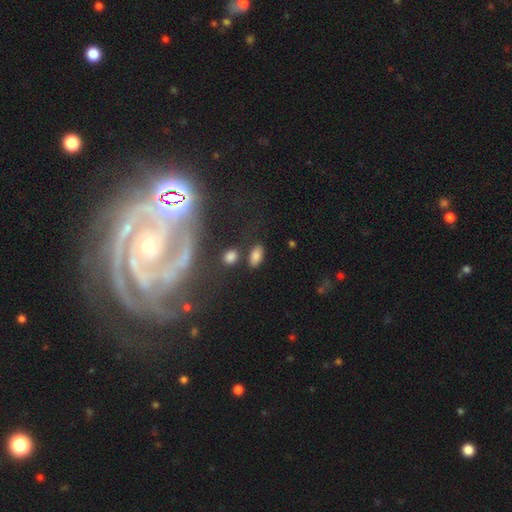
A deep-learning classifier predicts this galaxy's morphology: type=smooth (81%); roundness=in between (91%); merging=none (79%).